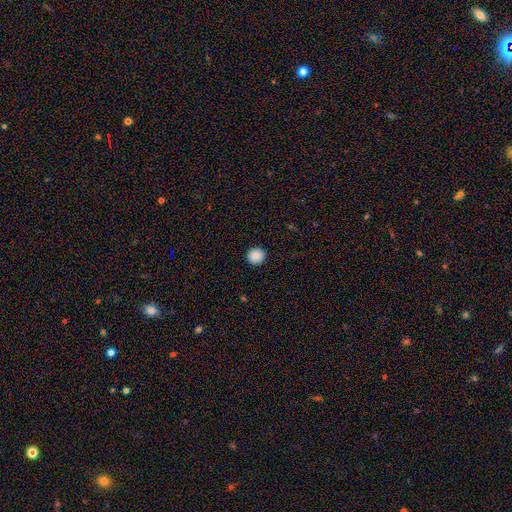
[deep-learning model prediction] Overall: smooth (88%). How rounded: round (93%). Merging: none (93%).